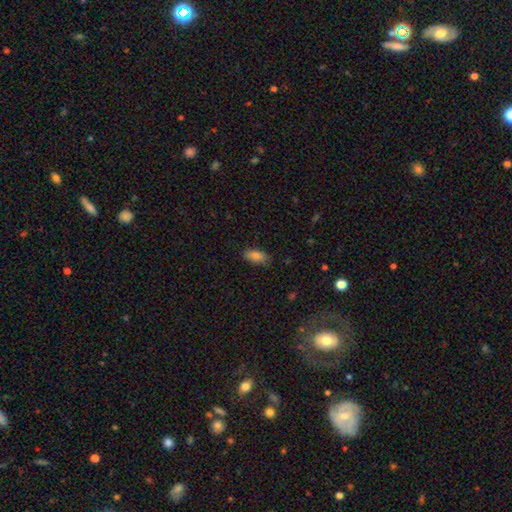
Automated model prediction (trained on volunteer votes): This is clearly a smooth galaxy (82%). How rounded: clearly in between (86%). Merging: clearly none (83%).